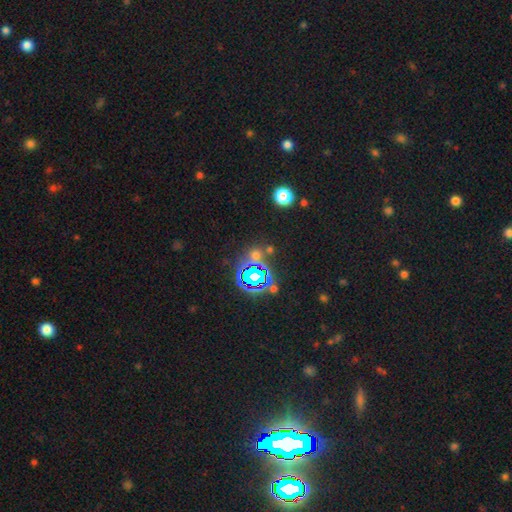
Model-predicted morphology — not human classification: Q: Smooth or featured?
A: star or artifact (56%); runner-up: smooth (35%)